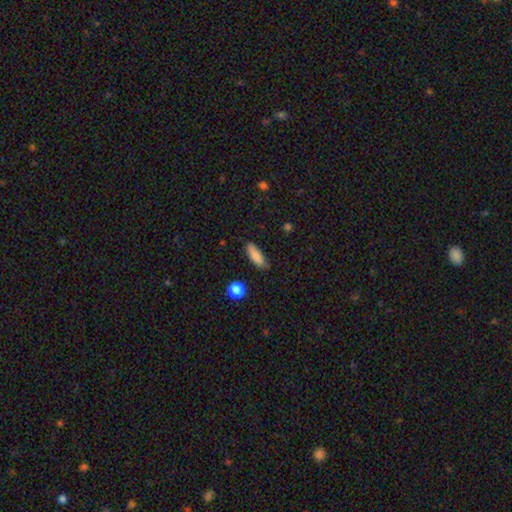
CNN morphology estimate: smooth 85%, featured or disk 8%, star or artifact 8%. Down the decision tree: how rounded — in between (53%); merging — none (81%).